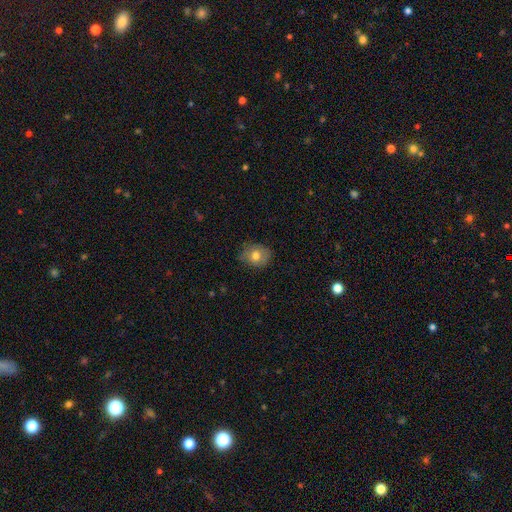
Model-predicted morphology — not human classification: smooth-or-featured: smooth: 73% | featured or disk: 18% | star or artifact: 9%
  how-rounded: round: 62% | in between: 37% | cigar-shaped: 1%
  merging: none: 75% | minor disturbance: 20% | major disturbance: 4% | merger: 1%